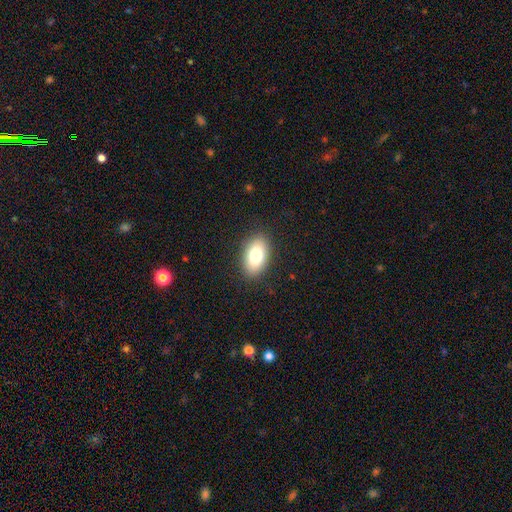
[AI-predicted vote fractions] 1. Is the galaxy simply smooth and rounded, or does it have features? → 78% smooth, 14% featured or disk, 8% star or artifact.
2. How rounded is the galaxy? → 91% in between, 7% round, 2% cigar-shaped.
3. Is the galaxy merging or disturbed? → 87% none, 9% minor disturbance, 3% major disturbance, 1% merger.